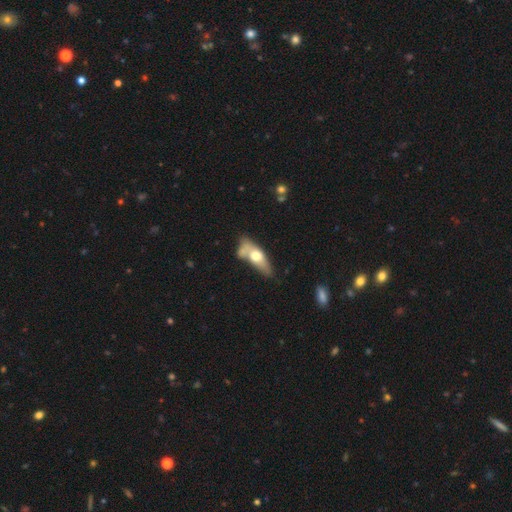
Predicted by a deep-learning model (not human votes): Smooth or featured?
  - smooth: 53% *
  - featured or disk: 40%
  - star or artifact: 6%
How rounded?
  - in between: 63% *
  - cigar-shaped: 32%
  - round: 4%
Merging?
  - none: 40% *
  - merger: 26%
  - minor disturbance: 22%
  - major disturbance: 12%